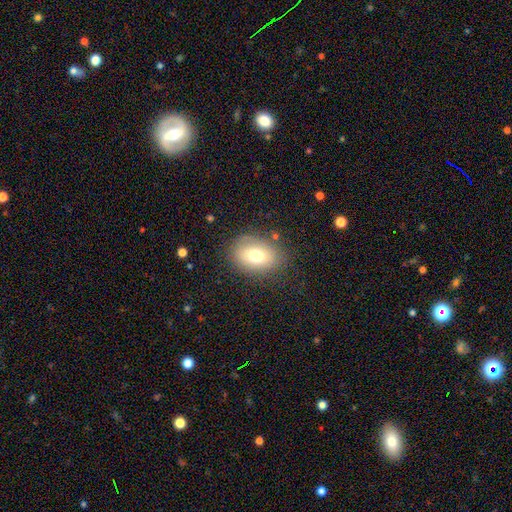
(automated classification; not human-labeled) smooth_or_featured: smooth (p=0.72) [alt: featured or disk p=0.18]
how_rounded: in between (p=0.78) [alt: round p=0.21]
merging: none (p=0.79) [alt: minor disturbance p=0.14]